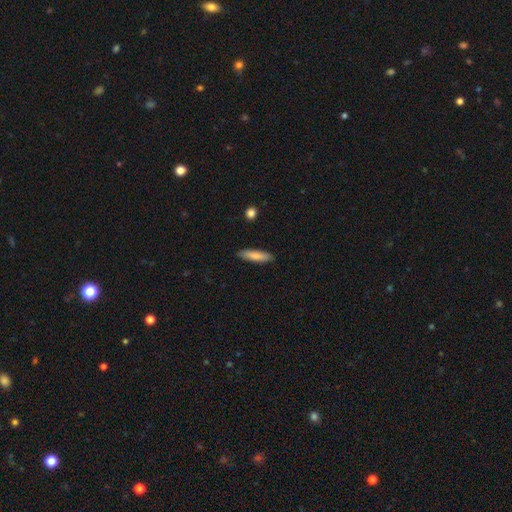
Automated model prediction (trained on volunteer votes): A smooth galaxy with no disk features (80%) that is cigar-shaped (71%).

Vote fractions:
- Smooth or featured? smooth: 80% / featured or disk: 14% / star or artifact: 6%
- How rounded? cigar-shaped: 71% / in between: 28% / round: 2%
- Merging? none: 89% / minor disturbance: 9% / major disturbance: 2% / merger: 1%